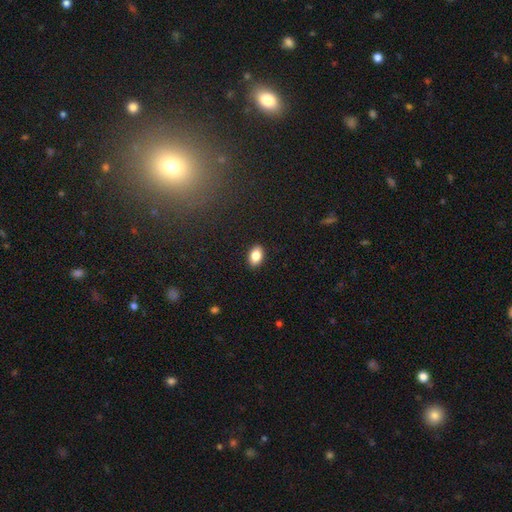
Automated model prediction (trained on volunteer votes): smooth-or-featured: smooth: 85% | star or artifact: 8% | featured or disk: 7%
  how-rounded: in between: 89% | round: 10% | cigar-shaped: 2%
  merging: none: 90% | minor disturbance: 8% | major disturbance: 2% | merger: 1%